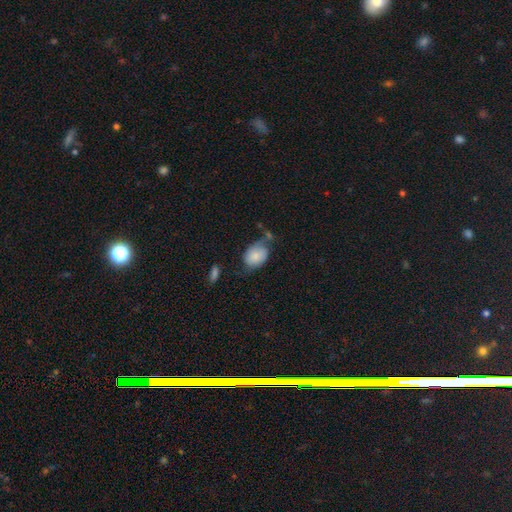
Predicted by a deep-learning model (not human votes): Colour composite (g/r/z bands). It shows a smooth galaxy with no disk features (71%) that is in between round and cigar-shaped (74%). Merging: none (37%).